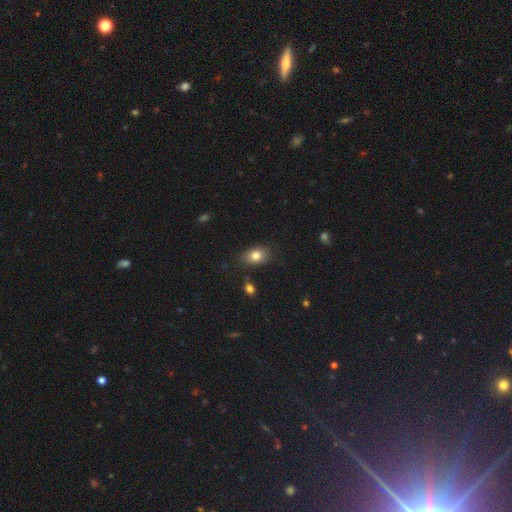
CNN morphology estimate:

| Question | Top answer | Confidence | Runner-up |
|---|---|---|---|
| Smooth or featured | smooth | 80% | star or artifact (10%) |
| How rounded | in between | 79% | round (19%) |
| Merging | none | 80% | minor disturbance (14%) |